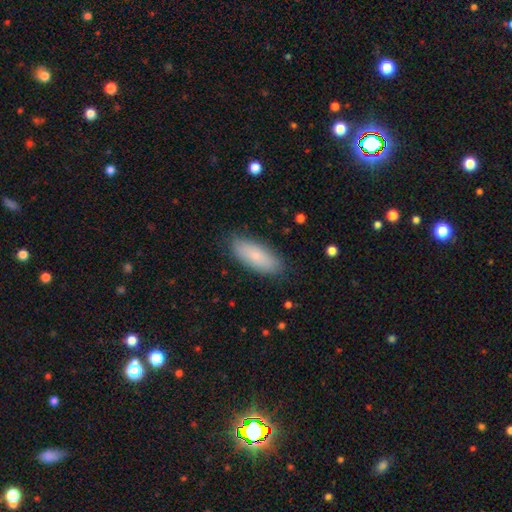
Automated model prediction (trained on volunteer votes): smooth_or_featured: smooth (p=0.80) [alt: featured or disk p=0.13]
how_rounded: in between (p=0.76) [alt: cigar-shaped p=0.22]
merging: none (p=0.85) [alt: minor disturbance p=0.12]